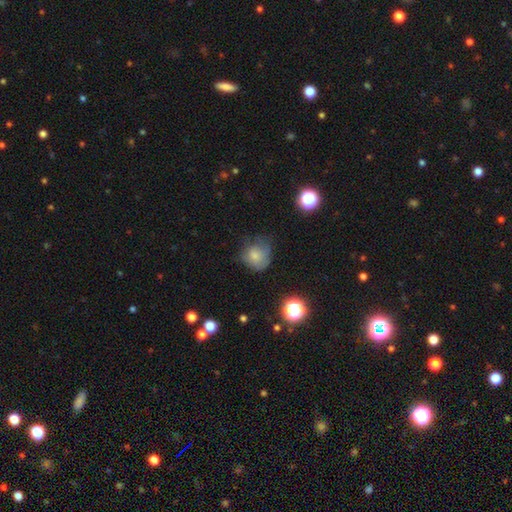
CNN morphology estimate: Smooth or featured?
  - smooth: 74% *
  - featured or disk: 13%
  - star or artifact: 13%
How rounded?
  - round: 76% *
  - in between: 23%
  - cigar-shaped: 1%
Merging?
  - none: 44% *
  - minor disturbance: 34%
  - major disturbance: 19%
  - merger: 2%